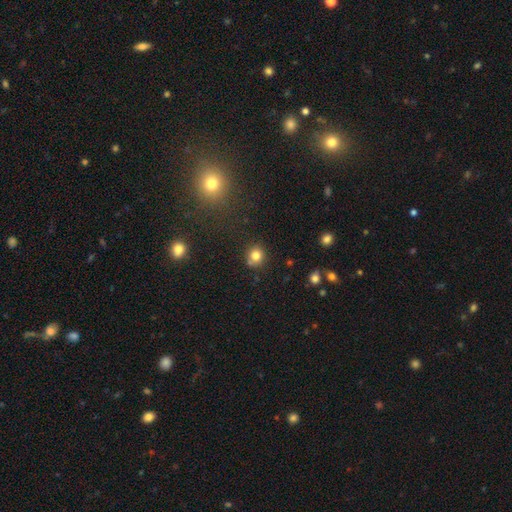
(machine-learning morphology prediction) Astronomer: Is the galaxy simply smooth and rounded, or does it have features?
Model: smooth — 79%.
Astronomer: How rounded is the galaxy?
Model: round — 84%.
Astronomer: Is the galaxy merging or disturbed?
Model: none — 71%.